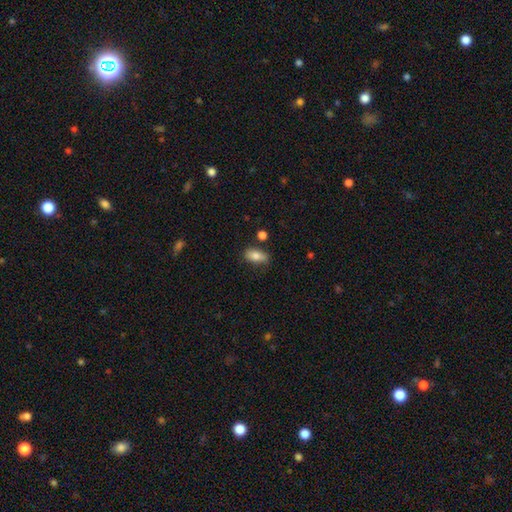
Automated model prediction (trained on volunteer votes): Smooth or featured: smooth — 80% (featured or disk — 12%)
How rounded: in between — 88% (round — 6%)
Merging: none — 67% (minor disturbance — 22%)